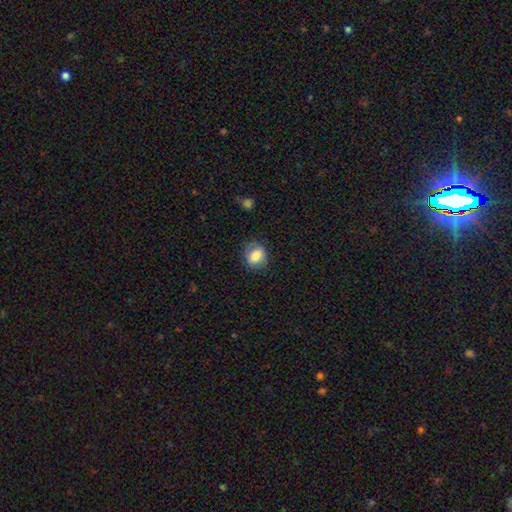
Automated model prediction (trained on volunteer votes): Q: Smooth or featured?
A: smooth (83%); runner-up: featured or disk (9%)
Q: How rounded?
A: round (53%); runner-up: in between (46%)
Q: Merging?
A: none (79%); runner-up: minor disturbance (15%)